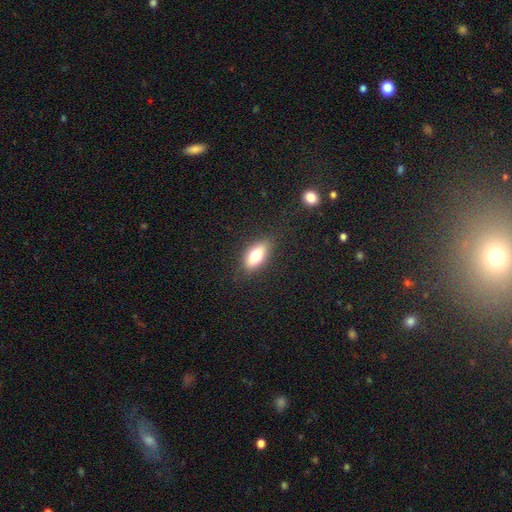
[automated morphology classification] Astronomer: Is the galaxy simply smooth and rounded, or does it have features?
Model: smooth — 71%.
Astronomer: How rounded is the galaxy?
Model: in between — 80%.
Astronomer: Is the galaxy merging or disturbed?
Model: none — 84%.